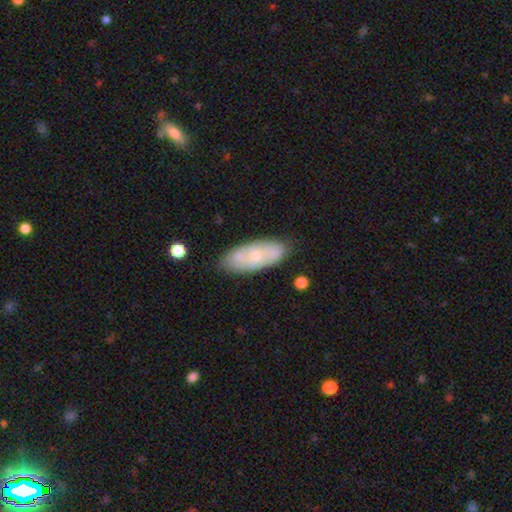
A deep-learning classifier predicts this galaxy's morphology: Q: Smooth or featured?
A: smooth (47%); tied with: featured or disk (47%)
Q: Merging?
A: none (76%); runner-up: minor disturbance (17%)